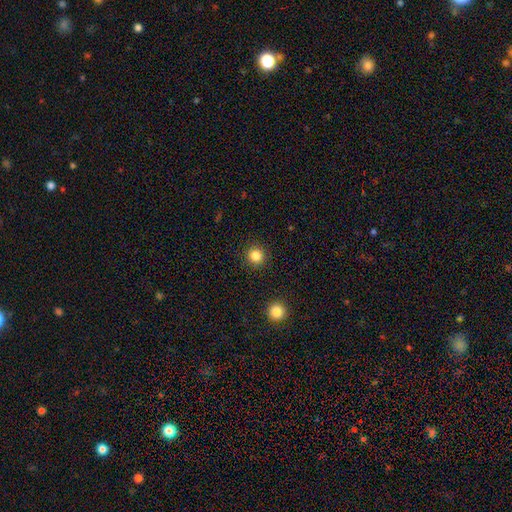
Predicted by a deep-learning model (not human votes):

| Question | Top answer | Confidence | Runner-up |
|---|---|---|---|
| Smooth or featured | smooth | 84% | star or artifact (12%) |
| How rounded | round | 93% | in between (6%) |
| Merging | none | 91% | minor disturbance (5%) |